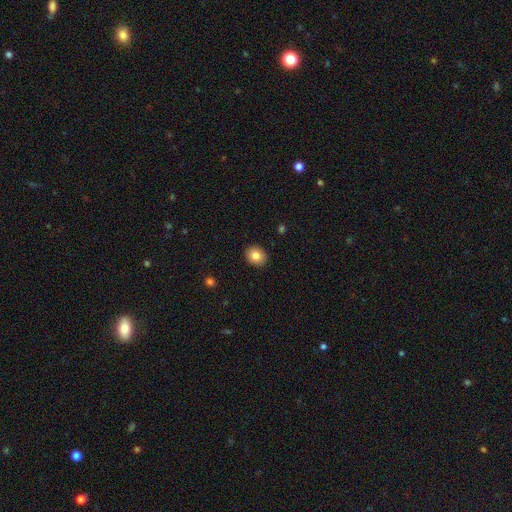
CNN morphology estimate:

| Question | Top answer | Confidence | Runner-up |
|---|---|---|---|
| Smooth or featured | smooth | 83% | star or artifact (9%) |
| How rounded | round | 67% | in between (32%) |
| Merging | none | 91% | minor disturbance (6%) |